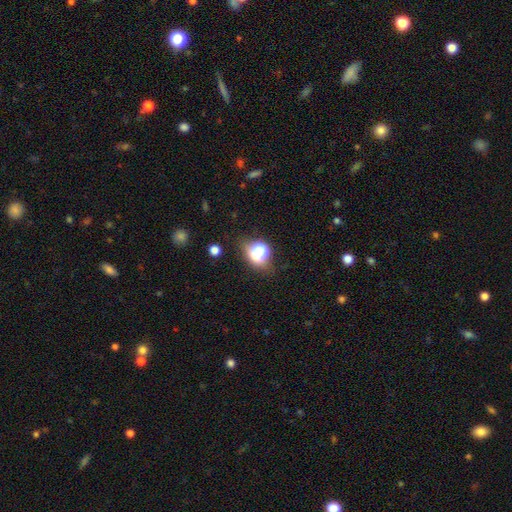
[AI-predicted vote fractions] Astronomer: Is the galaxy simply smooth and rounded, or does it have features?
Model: smooth — 60%.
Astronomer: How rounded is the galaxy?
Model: round — 62%.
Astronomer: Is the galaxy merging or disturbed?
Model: none — 66%.